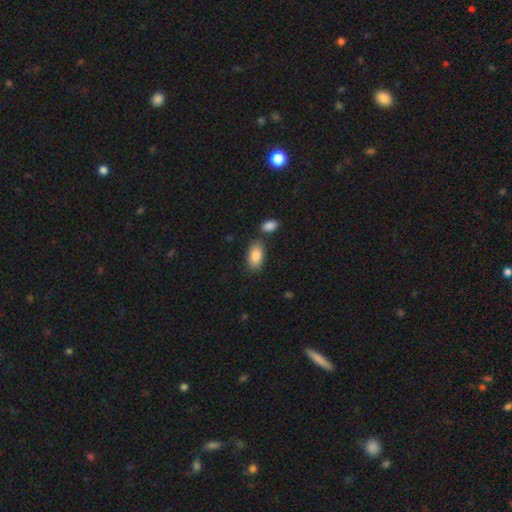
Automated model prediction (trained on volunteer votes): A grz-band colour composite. It shows a smooth galaxy with no disk features (87%) that is in between round and cigar-shaped (93%). Merging: none (75%).